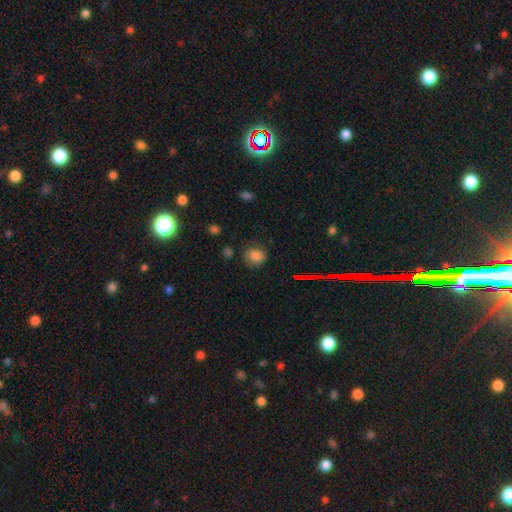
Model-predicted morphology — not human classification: Smooth or featured? Predicted: smooth (p=0.78). How rounded? Predicted: round (p=0.75). Merging? Predicted: none (p=0.74).